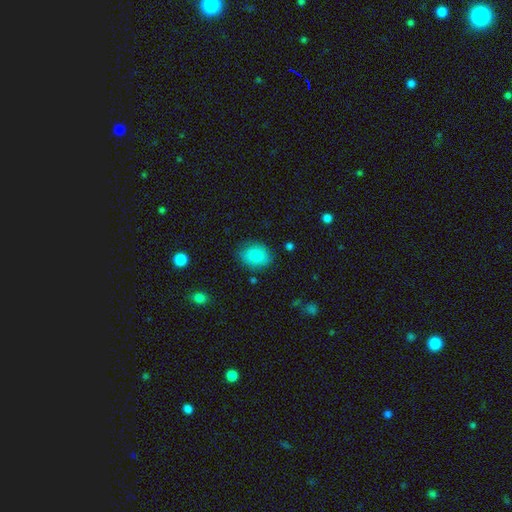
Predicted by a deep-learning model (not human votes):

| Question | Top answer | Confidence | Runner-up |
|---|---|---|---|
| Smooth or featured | smooth | 87% | star or artifact (8%) |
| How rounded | in between | 57% | round (42%) |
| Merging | none | 79% | minor disturbance (15%) |